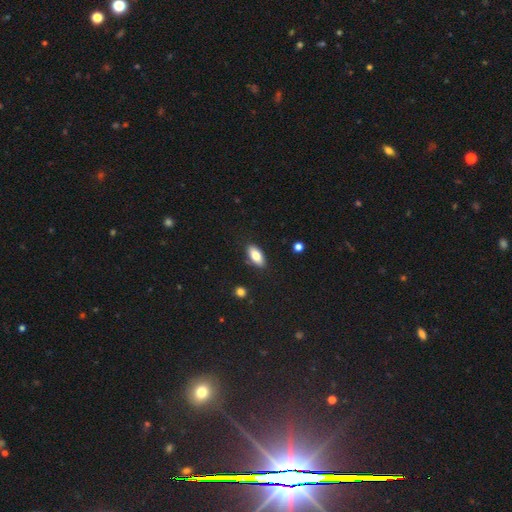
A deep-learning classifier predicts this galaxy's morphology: Smooth or featured: smooth — 79% (featured or disk — 14%)
How rounded: in between — 85% (cigar-shaped — 12%)
Merging: none — 86% (minor disturbance — 10%)